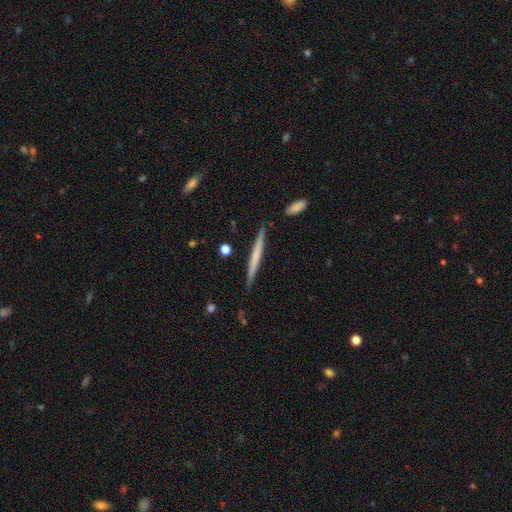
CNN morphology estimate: type=smooth (52%); roundness=cigar-shaped (97%); merging=none (89%).